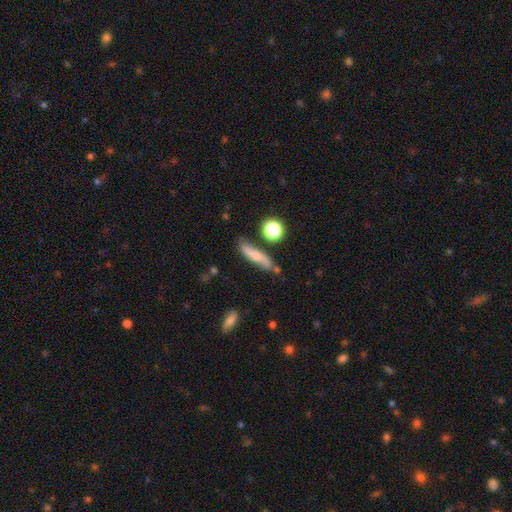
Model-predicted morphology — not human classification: Smooth or featured?
  - smooth: 52% *
  - featured or disk: 39%
  - star or artifact: 9%
How rounded?
  - cigar-shaped: 75% *
  - in between: 19%
  - round: 5%
Merging?
  - none: 70% *
  - minor disturbance: 19%
  - merger: 7%
  - major disturbance: 5%